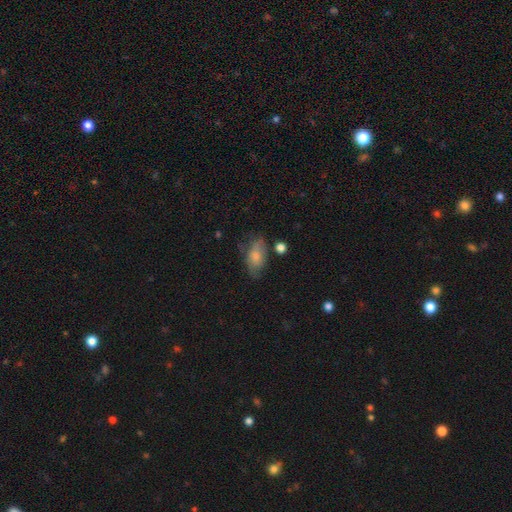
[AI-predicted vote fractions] Smooth or featured? smooth (67%)
How rounded? in between (90%)
Merging? none (54%)